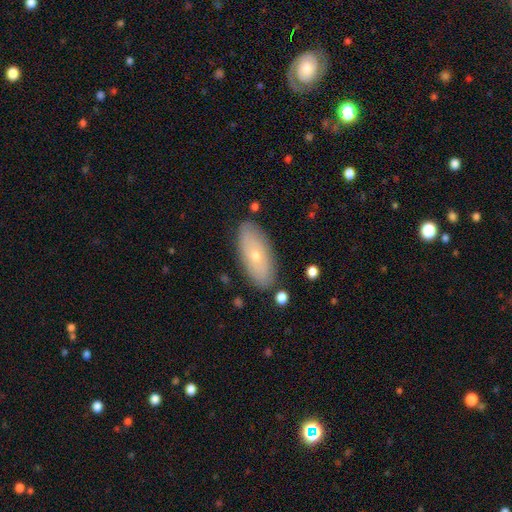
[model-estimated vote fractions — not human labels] The model was most divided on "smooth or featured": smooth: 57%, featured or disk: 36%, star or artifact: 7%. More confident: how rounded — in between (85%); merging — none (84%).